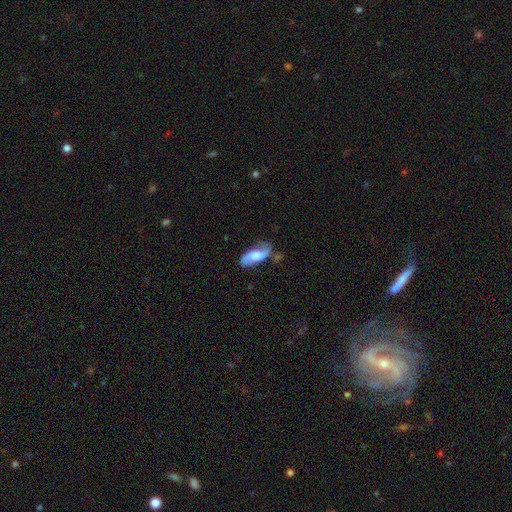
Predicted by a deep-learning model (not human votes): Morphology: type=featured or disk (53%); edge-on=no (89%); merging=none (59%).